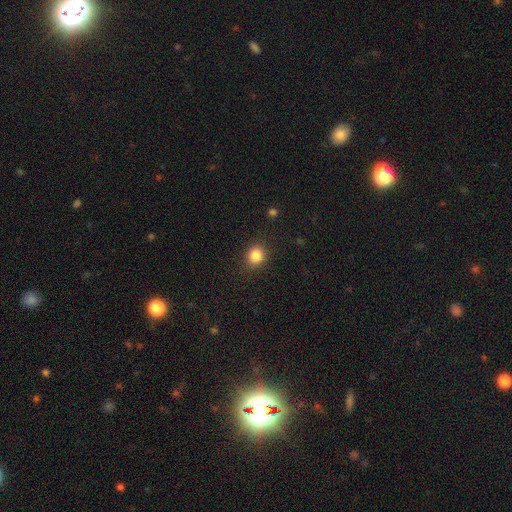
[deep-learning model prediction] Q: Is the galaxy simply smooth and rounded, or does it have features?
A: smooth — 84%.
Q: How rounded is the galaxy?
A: round — 75%.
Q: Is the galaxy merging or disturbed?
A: none — 88%.